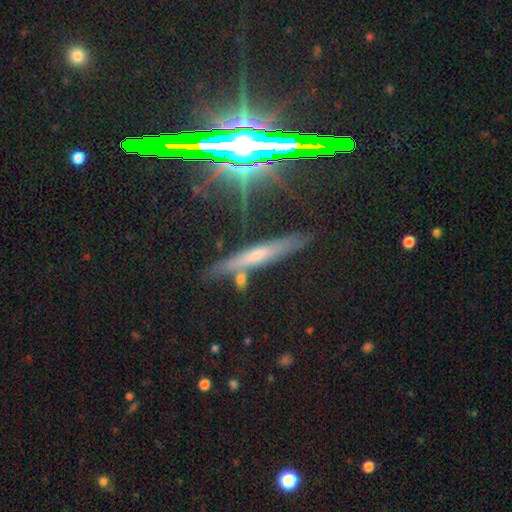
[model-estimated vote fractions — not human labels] This is marginally a featured or disk galaxy (40%). Merging: likely none (73%).